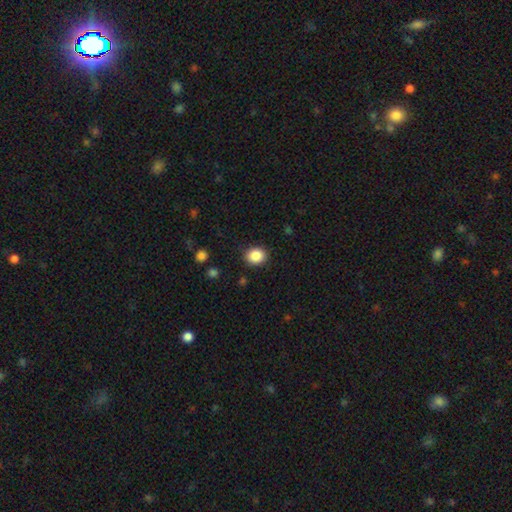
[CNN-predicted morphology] Overall: smooth (87%). How rounded: round (67%; in between 33%). Merging: none (88%).